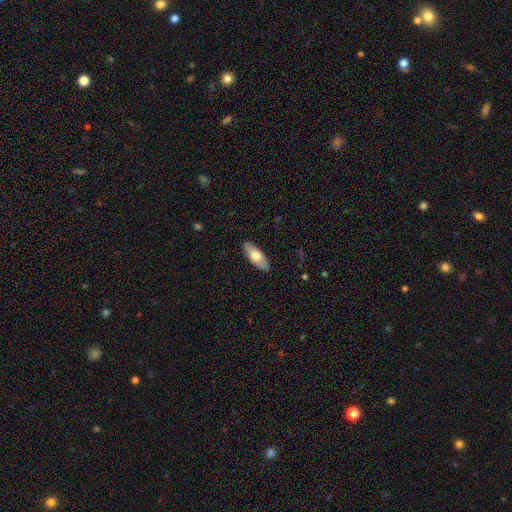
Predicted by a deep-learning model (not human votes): Smooth or featured: smooth — 67% (featured or disk — 27%)
How rounded: in between — 79% (cigar-shaped — 19%)
Merging: none — 88% (minor disturbance — 9%)